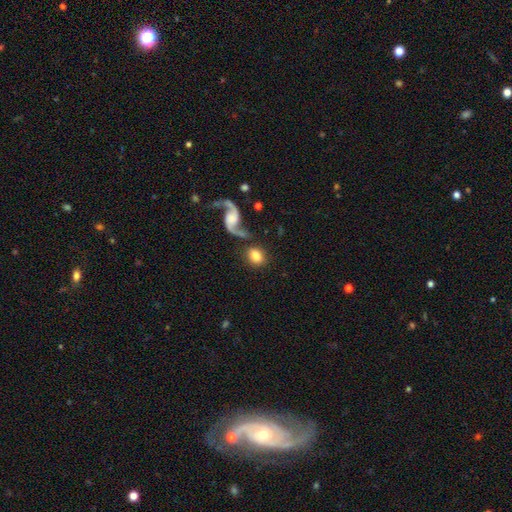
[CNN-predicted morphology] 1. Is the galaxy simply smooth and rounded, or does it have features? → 69% smooth, 23% featured or disk, 7% star or artifact.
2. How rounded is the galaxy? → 57% in between, 41% round, 2% cigar-shaped.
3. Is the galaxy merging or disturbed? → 66% none, 15% merger, 12% minor disturbance, 7% major disturbance.